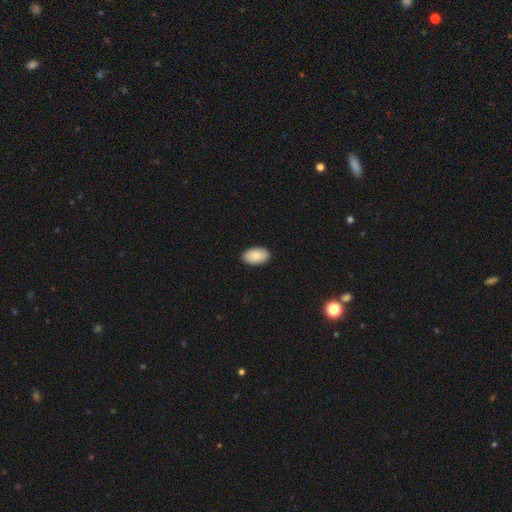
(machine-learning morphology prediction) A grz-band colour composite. It shows a smooth galaxy with no disk features (90%) that is in between round and cigar-shaped (95%). Merging: none (90%).